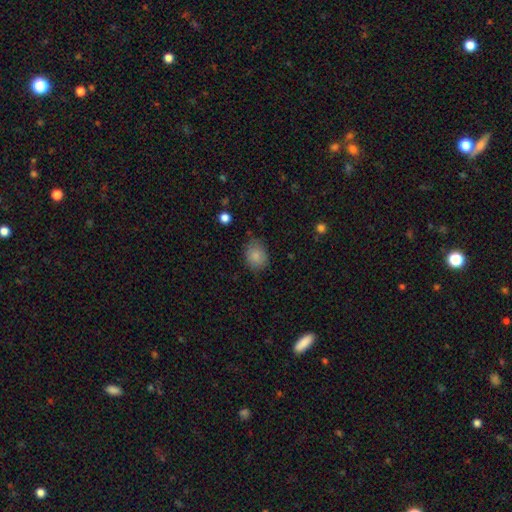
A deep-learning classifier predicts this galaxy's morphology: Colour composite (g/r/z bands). It shows a smooth galaxy with no disk features (85%) that is in between round and cigar-shaped (50%). Merging: none (74%).